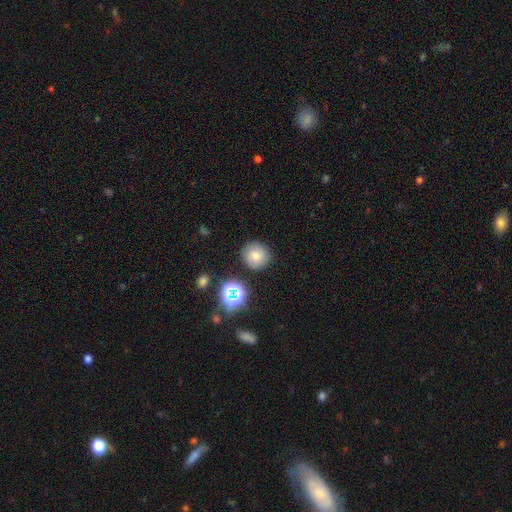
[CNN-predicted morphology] Smooth or featured: smooth — 68% (star or artifact — 19%)
How rounded: round — 92% (in between — 7%)
Merging: none — 87% (minor disturbance — 8%)